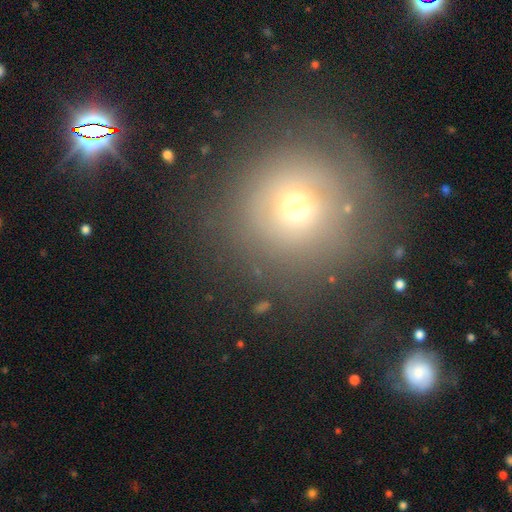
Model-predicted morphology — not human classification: smooth-or-featured: smooth: 56% | featured or disk: 23% | star or artifact: 21%
  how-rounded: round: 94% | in between: 5% | cigar-shaped: 1%
  merging: none: 78% | minor disturbance: 12% | major disturbance: 8% | merger: 3%